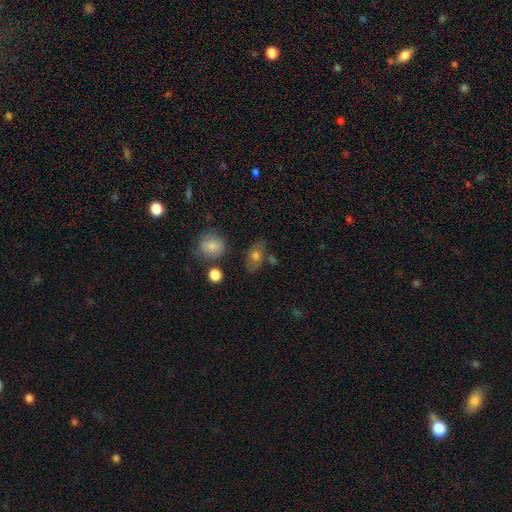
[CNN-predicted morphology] smooth_or_featured: smooth (p=0.71) [alt: featured or disk p=0.20]
how_rounded: in between (p=0.80) [alt: round p=0.17]
merging: none (p=0.70) [alt: minor disturbance p=0.17]